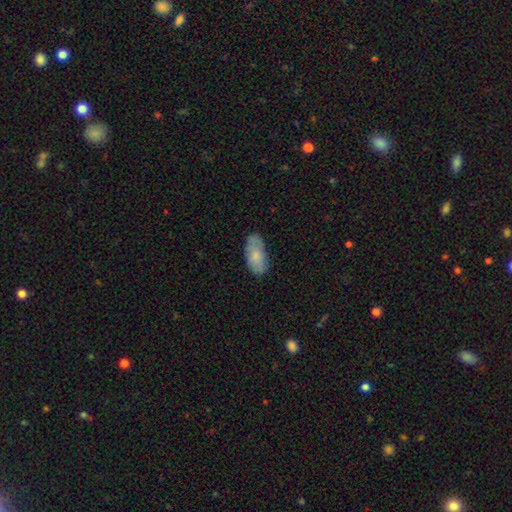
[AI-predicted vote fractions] Q: Smooth or featured?
A: smooth (76%); runner-up: featured or disk (17%)
Q: How rounded?
A: in between (92%); runner-up: cigar-shaped (5%)
Q: Merging?
A: none (73%); runner-up: minor disturbance (22%)